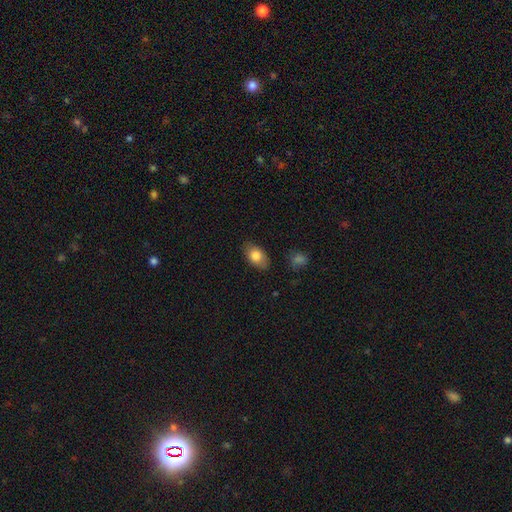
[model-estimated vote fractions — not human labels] Smooth or featured: smooth — 81% (featured or disk — 11%)
How rounded: in between — 89% (round — 9%)
Merging: none — 82% (minor disturbance — 14%)